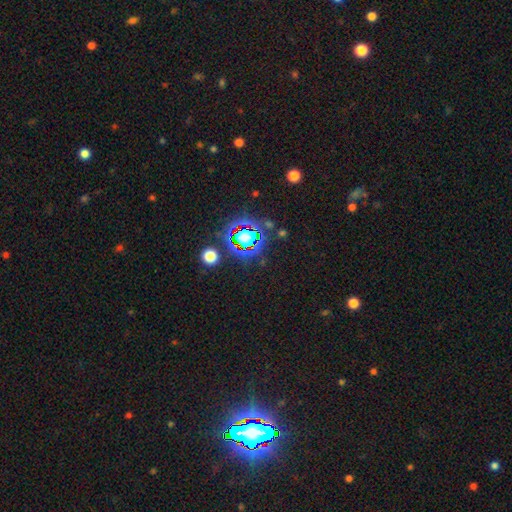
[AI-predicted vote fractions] Smooth or featured: star or artifact — 81% (smooth — 11%)